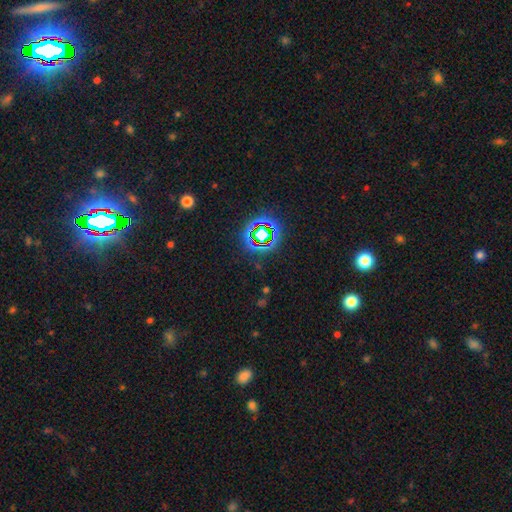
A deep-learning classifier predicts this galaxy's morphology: Smooth or featured?
  - star or artifact: 72% *
  - smooth: 16%
  - featured or disk: 12%